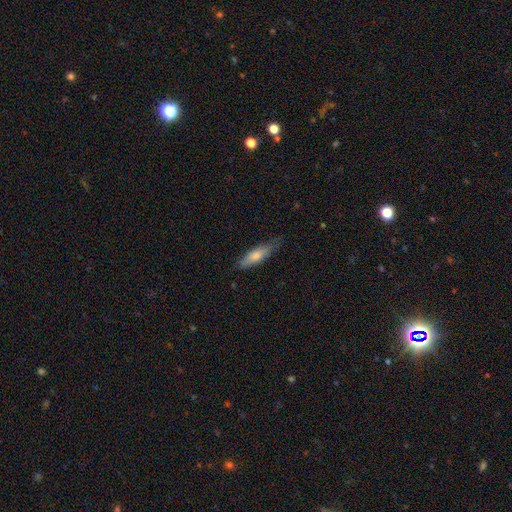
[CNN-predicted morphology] type=smooth (73%); roundness=cigar-shaped (56%); merging=none (70%).